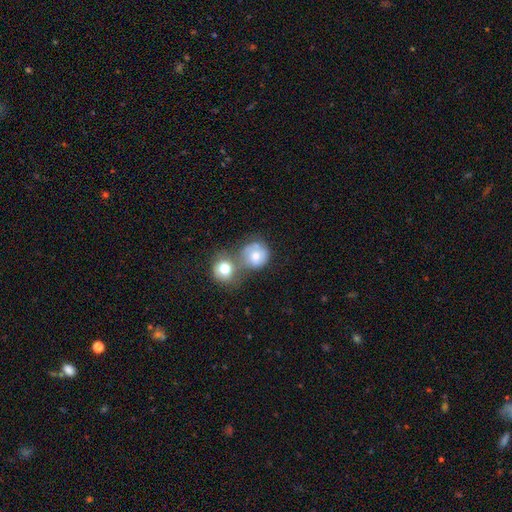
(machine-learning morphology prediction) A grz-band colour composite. It shows a smooth galaxy with no disk features (65%) that is round (81%). Merging: merger (53%).